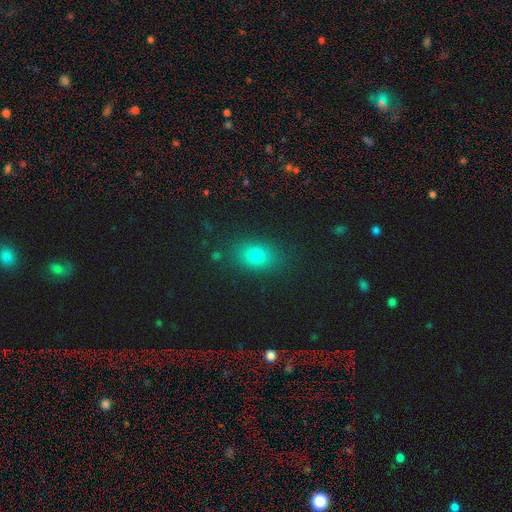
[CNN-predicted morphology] This is likely a smooth galaxy (73%). How rounded: likely in between (73%). Merging: clearly none (85%).